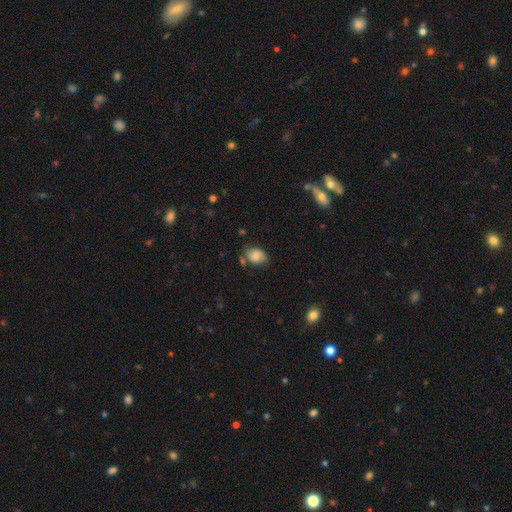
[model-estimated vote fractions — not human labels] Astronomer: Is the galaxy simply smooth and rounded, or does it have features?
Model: smooth — 81%.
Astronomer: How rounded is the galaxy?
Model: in between — 70%.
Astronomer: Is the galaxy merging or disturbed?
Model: none — 60%.